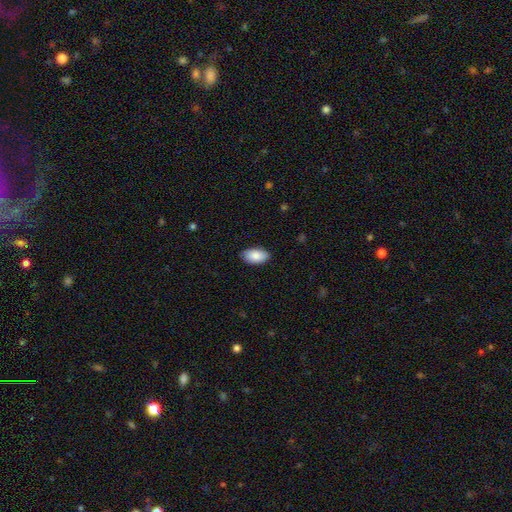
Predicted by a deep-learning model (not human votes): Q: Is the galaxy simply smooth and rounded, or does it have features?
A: smooth — 86%.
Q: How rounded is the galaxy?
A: in between — 95%.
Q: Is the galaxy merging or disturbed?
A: none — 86%.